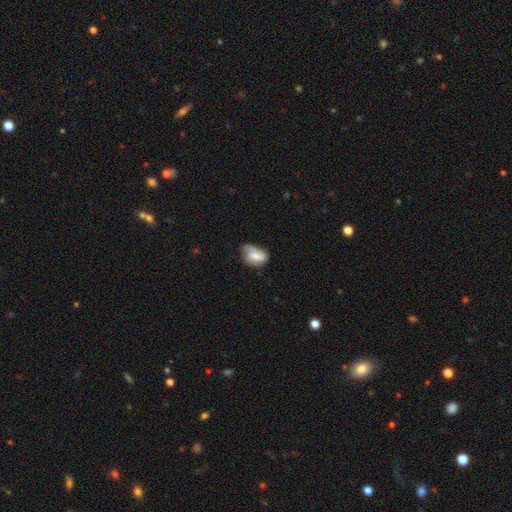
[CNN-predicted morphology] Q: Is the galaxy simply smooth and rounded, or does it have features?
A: smooth — 58%.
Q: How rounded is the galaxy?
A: in between — 83%.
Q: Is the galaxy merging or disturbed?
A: minor disturbance — 41%.